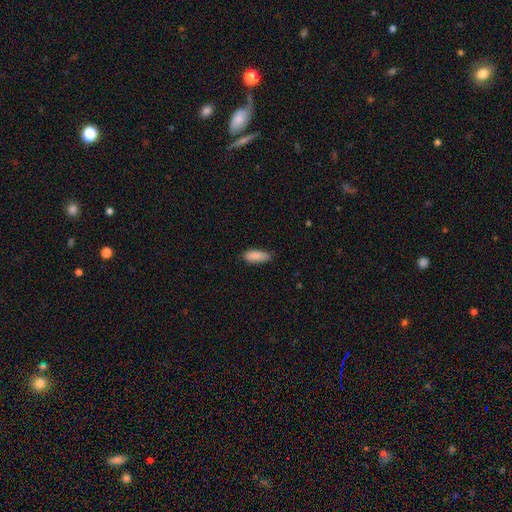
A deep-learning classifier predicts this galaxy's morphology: smooth 89%, star or artifact 6%, featured or disk 5%. Down the decision tree: how rounded — in between (78%); merging — none (78%).